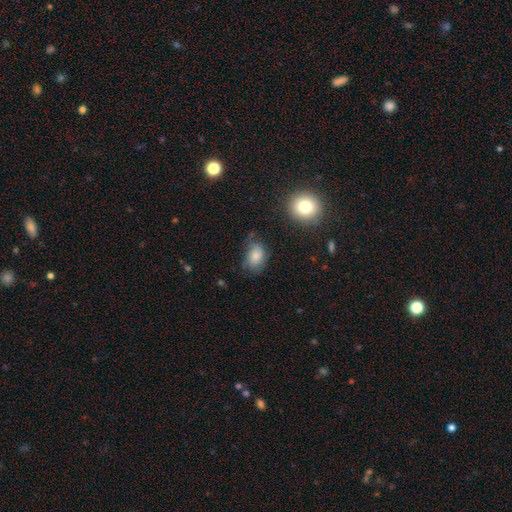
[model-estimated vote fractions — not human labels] Smooth or featured? smooth (74%)
How rounded? in between (81%)
Merging? none (55%)